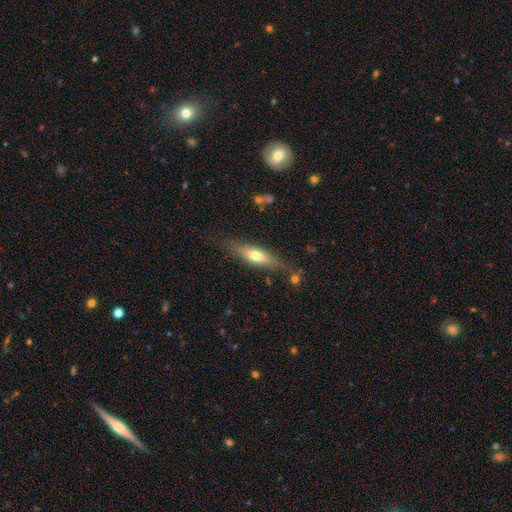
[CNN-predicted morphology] Q: Smooth or featured?
A: smooth (59%); runner-up: featured or disk (34%)
Q: How rounded?
A: cigar-shaped (55%); runner-up: in between (42%)
Q: Merging?
A: none (76%); runner-up: minor disturbance (16%)